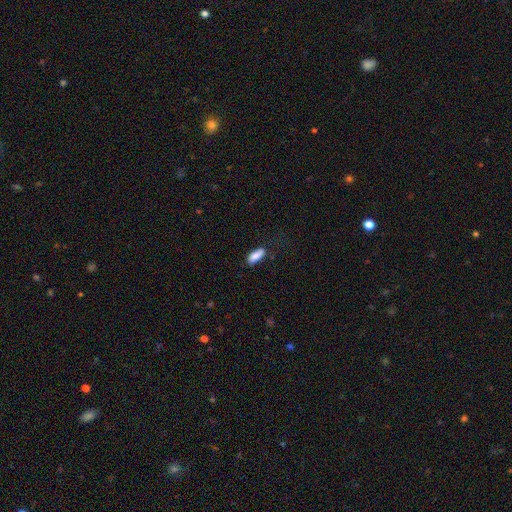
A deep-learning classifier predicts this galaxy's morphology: The model was most divided on "merging": none: 71%, minor disturbance: 21%, major disturbance: 5%, merger: 2%. More confident: smooth or featured — smooth (82%); how rounded — in between (77%).